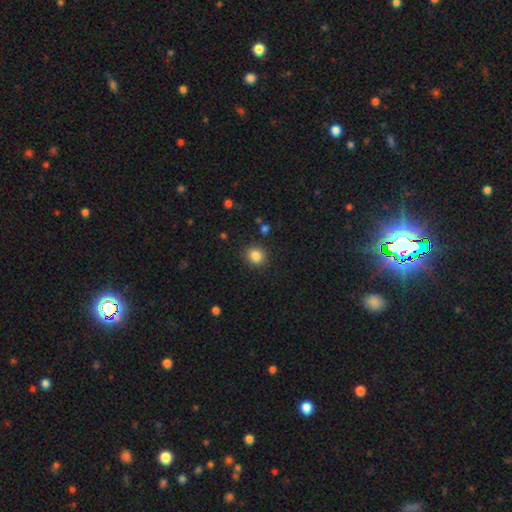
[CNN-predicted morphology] This is clearly a smooth galaxy (85%). How rounded: clearly round (81%). Merging: clearly none (88%).